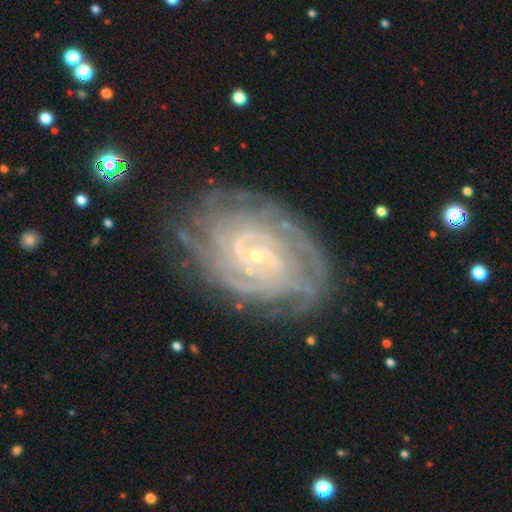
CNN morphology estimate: The model was most divided on "spiral arm count": can't tell: 26%, 2: 20%, 4: 17%, more than 4: 15%, 3: 14%, 1: 8%. More confident: spiral arms — yes (98%); edge-on disk — no (97%); smooth or featured — featured or disk (90%); bulge size — small (87%); spiral winding — tight (78%); merging — none (76%); bar — no (53%).